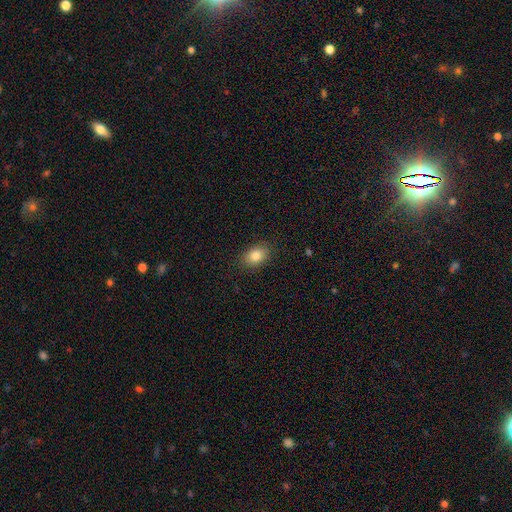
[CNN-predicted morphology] Smooth or featured? smooth (83%)
How rounded? in between (78%)
Merging? none (87%)